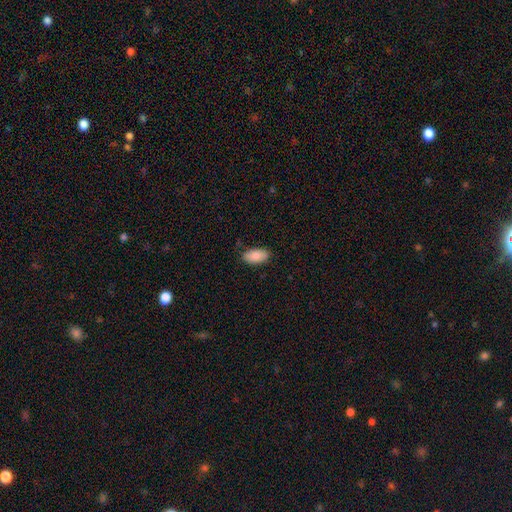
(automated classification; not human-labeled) Smooth or featured: smooth — 85% (featured or disk — 9%)
How rounded: in between — 94% (round — 3%)
Merging: none — 85% (minor disturbance — 12%)